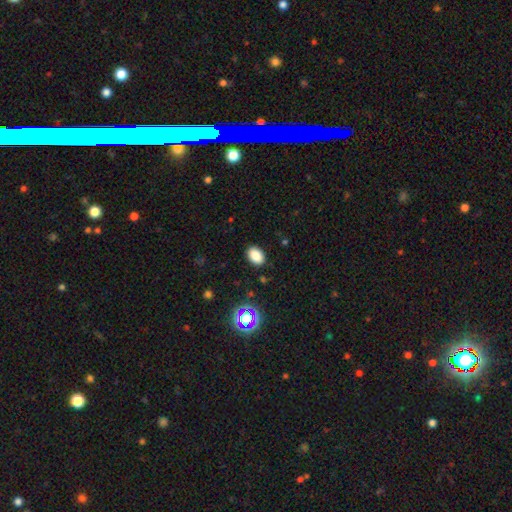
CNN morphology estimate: Smooth or featured? Predicted: smooth (p=0.83). How rounded? Predicted: in between (p=0.82). Merging? Predicted: none (p=0.87).